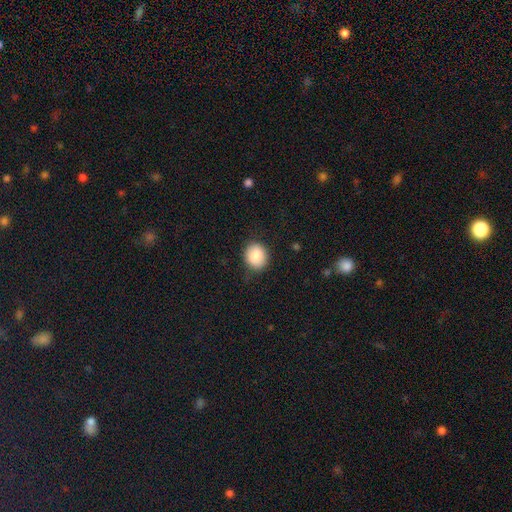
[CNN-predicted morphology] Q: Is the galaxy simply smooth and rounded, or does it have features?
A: smooth — 85%.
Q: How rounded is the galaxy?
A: round — 71%.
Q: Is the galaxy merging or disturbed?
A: none — 83%.